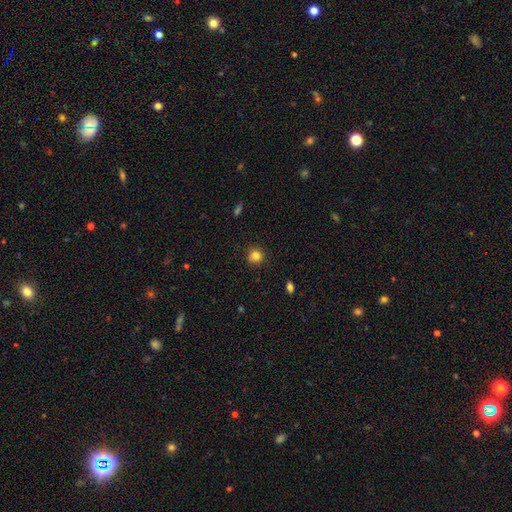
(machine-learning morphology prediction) Smooth or featured: smooth — 82% (star or artifact — 12%)
How rounded: round — 91% (in between — 8%)
Merging: none — 88% (minor disturbance — 9%)